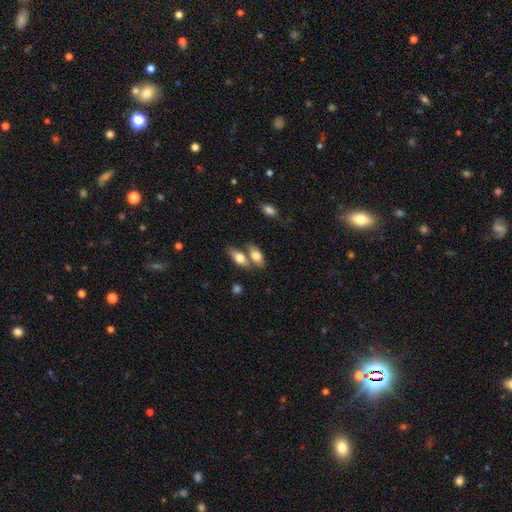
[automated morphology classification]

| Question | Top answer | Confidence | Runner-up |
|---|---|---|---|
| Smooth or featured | smooth | 76% | featured or disk (17%) |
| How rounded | in between | 84% | cigar-shaped (10%) |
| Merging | none | 47% | merger (39%) |